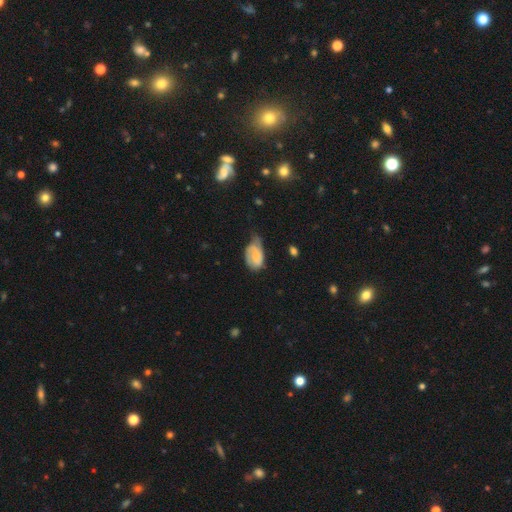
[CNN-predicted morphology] Smooth or featured: smooth — 56% (featured or disk — 37%)
How rounded: in between — 90% (round — 8%)
Merging: minor disturbance — 46% (none — 28%)